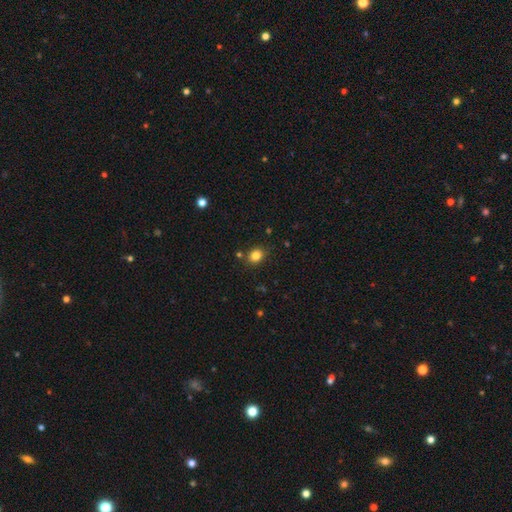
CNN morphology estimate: Smooth or featured: smooth — 83% (star or artifact — 12%)
How rounded: round — 56% (in between — 43%)
Merging: none — 82% (minor disturbance — 11%)